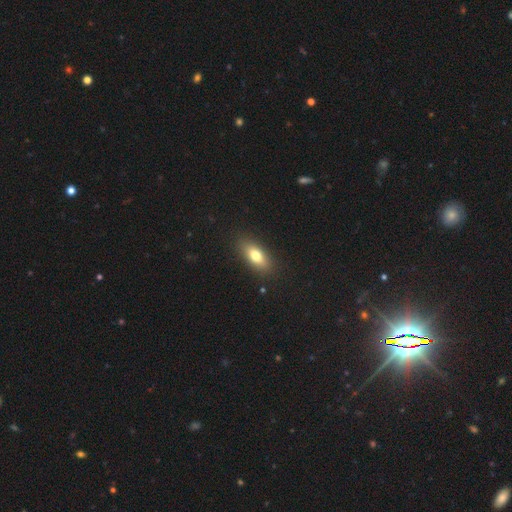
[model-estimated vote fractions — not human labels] The model was most divided on "smooth or featured": smooth: 75%, featured or disk: 17%, star or artifact: 8%. More confident: merging — none (87%); how rounded — in between (80%).